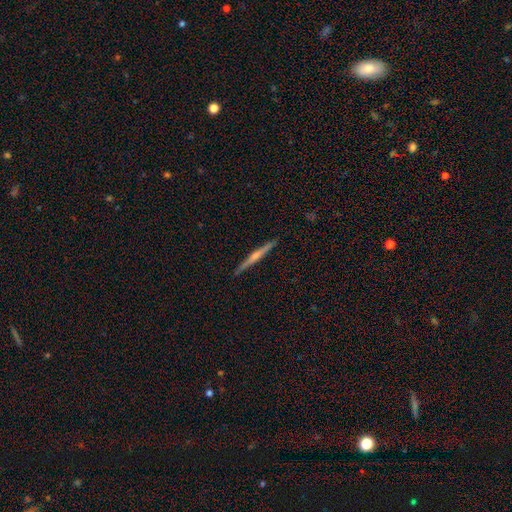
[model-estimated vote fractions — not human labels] A featured or disk galaxy (70%) viewed edge-on (97%) with a rounded central bulge (70%). Merging: none (90%).